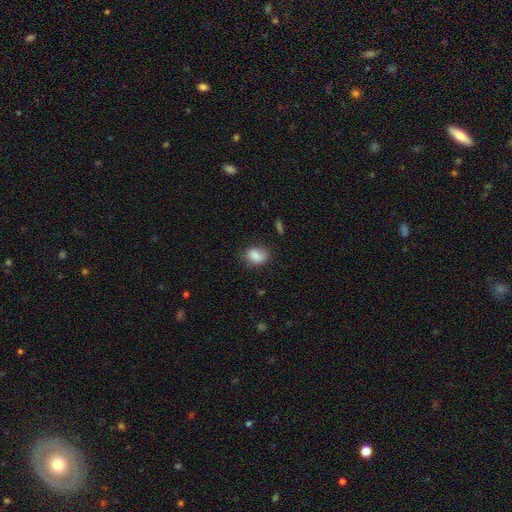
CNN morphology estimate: The model was most divided on "how rounded": in between: 61%, round: 38%, cigar-shaped: 1%. More confident: smooth or featured — smooth (85%); merging — none (66%).